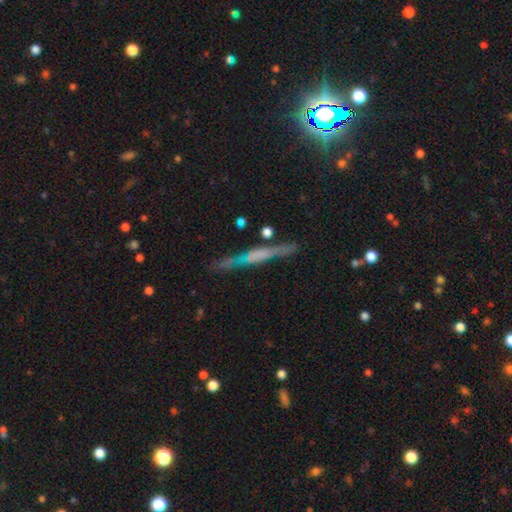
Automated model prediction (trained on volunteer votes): smooth_or_featured: featured or disk (p=0.61) [alt: smooth p=0.27]
disk_edge_on: yes (p=0.93) [alt: no p=0.07]
edge_on_bulge: none (p=0.44) [alt: boxy p=0.29]
merging: none (p=0.77) [alt: minor disturbance p=0.15]